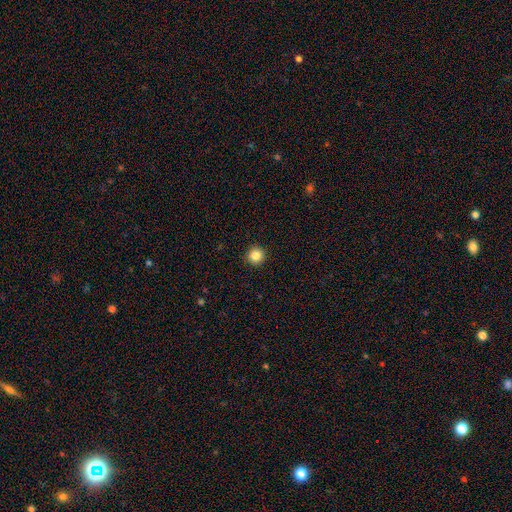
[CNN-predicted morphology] Smooth or featured?
  - smooth: 84% *
  - star or artifact: 11%
  - featured or disk: 5%
How rounded?
  - round: 95% *
  - in between: 4%
  - cigar-shaped: 1%
Merging?
  - none: 93% *
  - minor disturbance: 4%
  - major disturbance: 1%
  - merger: 1%